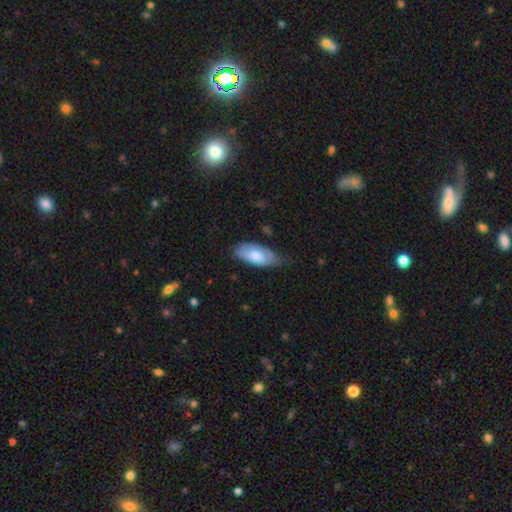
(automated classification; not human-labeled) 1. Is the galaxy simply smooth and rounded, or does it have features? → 70% smooth, 24% featured or disk, 5% star or artifact.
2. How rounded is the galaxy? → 85% in between, 14% cigar-shaped, 2% round.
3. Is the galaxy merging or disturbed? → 59% none, 33% minor disturbance, 7% major disturbance, 1% merger.